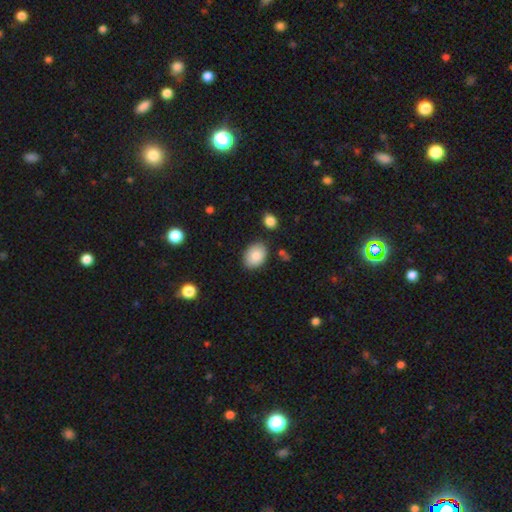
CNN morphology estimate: smooth 86%, featured or disk 7%, star or artifact 7%. Down the decision tree: how rounded — in between (78%); merging — none (83%).